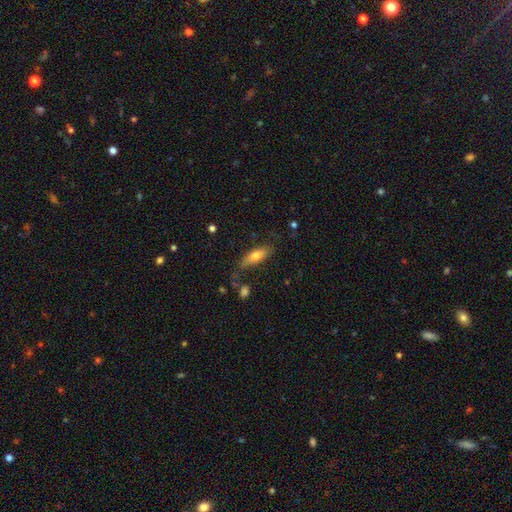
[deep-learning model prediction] Smooth or featured?
  - smooth: 66% *
  - featured or disk: 28%
  - star or artifact: 7%
How rounded?
  - in between: 57% *
  - cigar-shaped: 41%
  - round: 3%
Merging?
  - none: 66% *
  - minor disturbance: 21%
  - major disturbance: 8%
  - merger: 5%